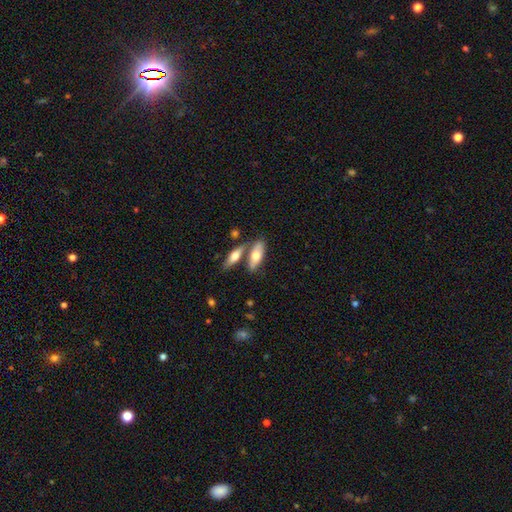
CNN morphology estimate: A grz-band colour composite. It shows a smooth galaxy with no disk features (64%) that is in between round and cigar-shaped (70%). Merging: none (56%).